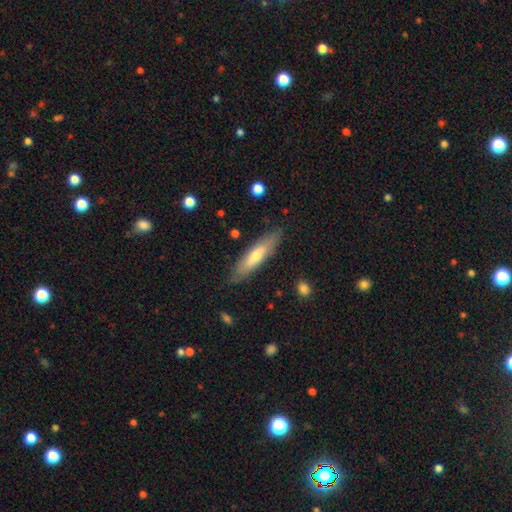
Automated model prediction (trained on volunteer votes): Smooth or featured? Predicted: smooth (p=0.58). How rounded? Predicted: cigar-shaped (p=0.76). Merging? Predicted: none (p=0.84).